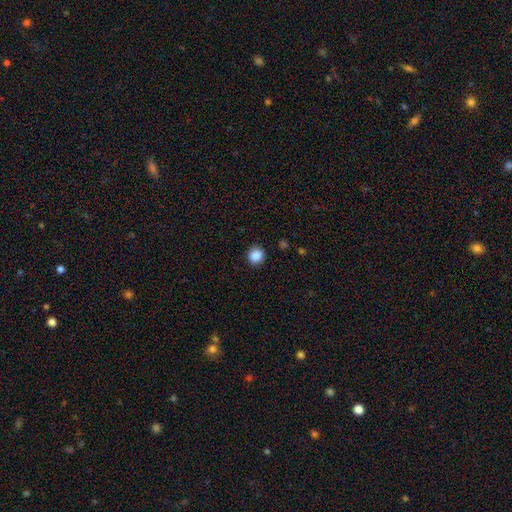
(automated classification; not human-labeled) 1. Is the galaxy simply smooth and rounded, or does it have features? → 87% smooth, 10% star or artifact, 3% featured or disk.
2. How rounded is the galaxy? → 91% round, 8% in between, 1% cigar-shaped.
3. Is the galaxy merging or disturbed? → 91% none, 6% minor disturbance, 2% major disturbance, 1% merger.